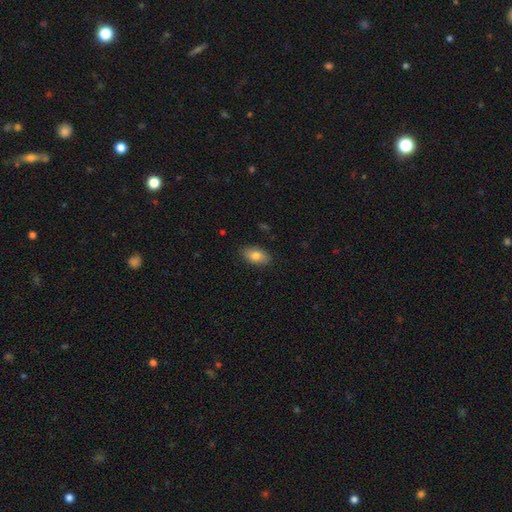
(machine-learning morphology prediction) A smooth galaxy with no disk features (80%) that is in between round and cigar-shaped (91%).

Vote fractions:
- Smooth or featured? smooth: 80% / featured or disk: 12% / star or artifact: 7%
- How rounded? in between: 91% / round: 6% / cigar-shaped: 2%
- Merging? none: 86% / minor disturbance: 11% / major disturbance: 2% / merger: 1%